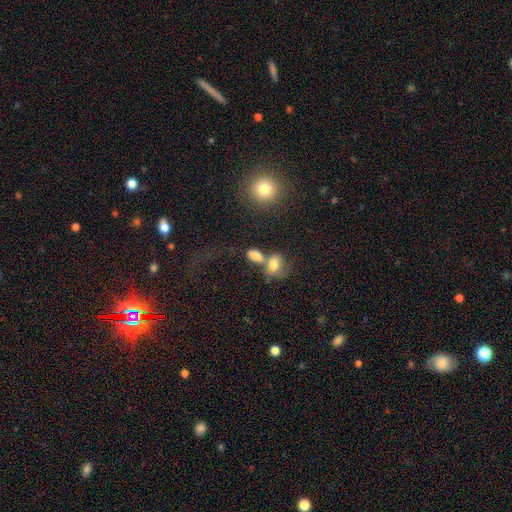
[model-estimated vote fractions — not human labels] Overall: smooth (78%). How rounded: in between (82%). Merging: merger (49%; none 33%).